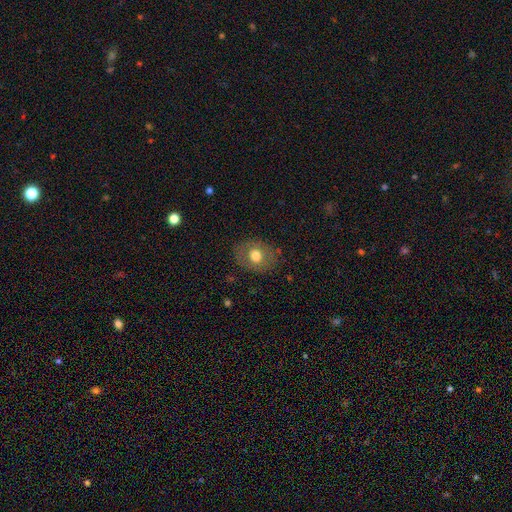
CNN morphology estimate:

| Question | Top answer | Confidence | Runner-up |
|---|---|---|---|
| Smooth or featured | smooth | 70% | featured or disk (21%) |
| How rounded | round | 54% | in between (45%) |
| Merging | none | 83% | minor disturbance (12%) |